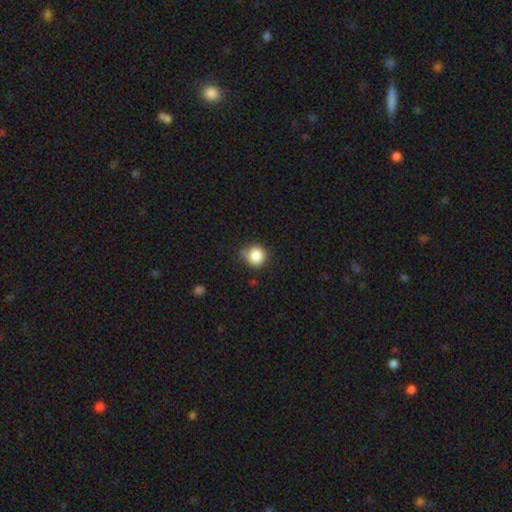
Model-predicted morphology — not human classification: Smooth or featured? Predicted: smooth (p=0.85). How rounded? Predicted: round (p=0.91). Merging? Predicted: none (p=0.72).